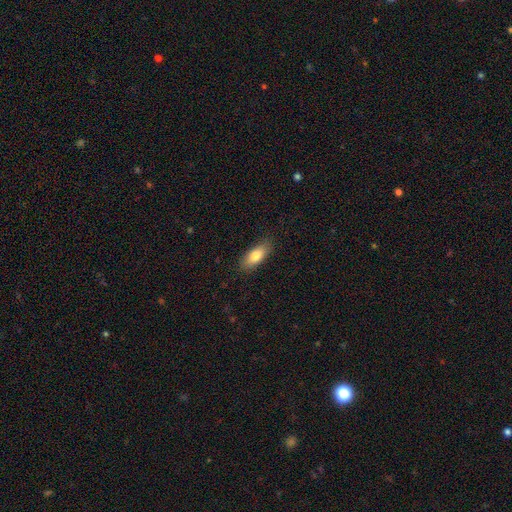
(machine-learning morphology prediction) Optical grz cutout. It shows a smooth galaxy with no disk features (80%) that is in between round and cigar-shaped (79%). Merging: none (86%).